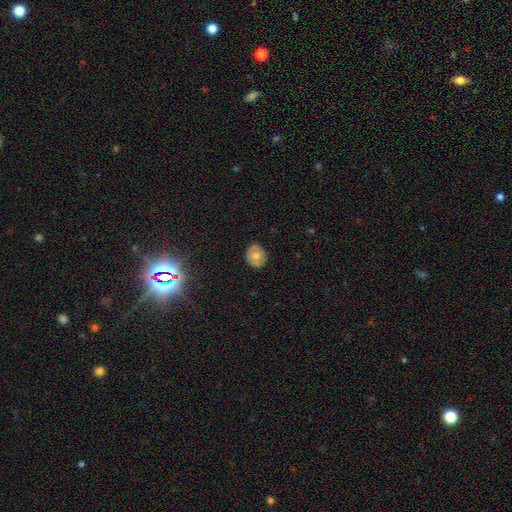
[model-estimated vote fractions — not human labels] The model was most divided on "smooth or featured": smooth: 58%, featured or disk: 33%, star or artifact: 9%. More confident: merging — none (81%); how rounded — round (65%).